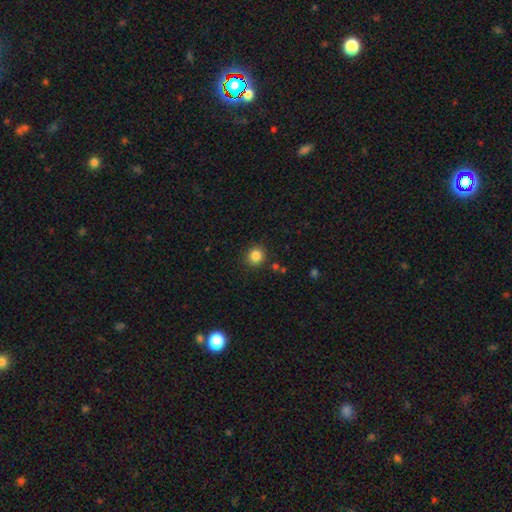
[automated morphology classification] Overall: smooth (85%). How rounded: round (88%). Merging: none (88%).